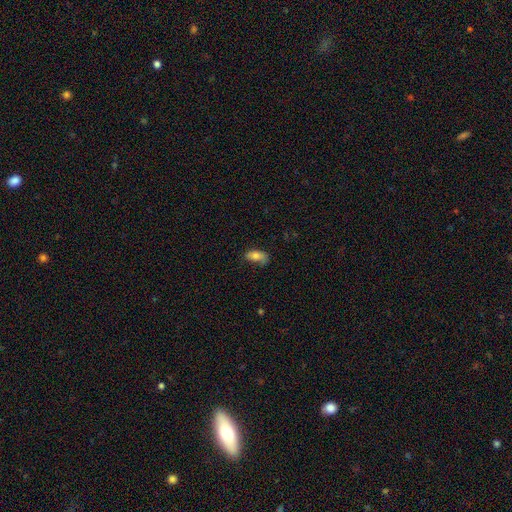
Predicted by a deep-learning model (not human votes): Smooth or featured? Predicted: smooth (p=0.79). How rounded? Predicted: in between (p=0.88). Merging? Predicted: none (p=0.61).